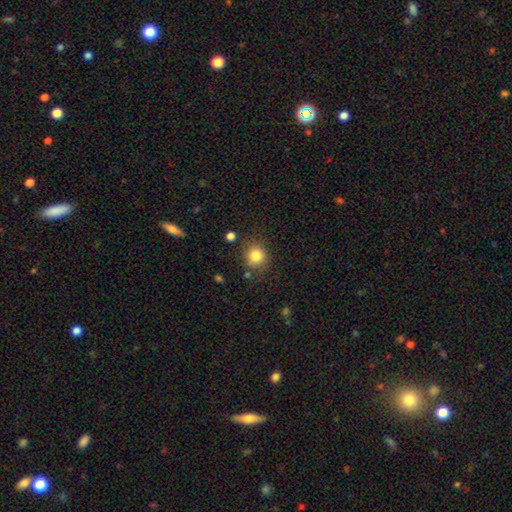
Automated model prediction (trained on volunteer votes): Morphology: type=smooth (83%); roundness=round (82%); merging=none (80%).